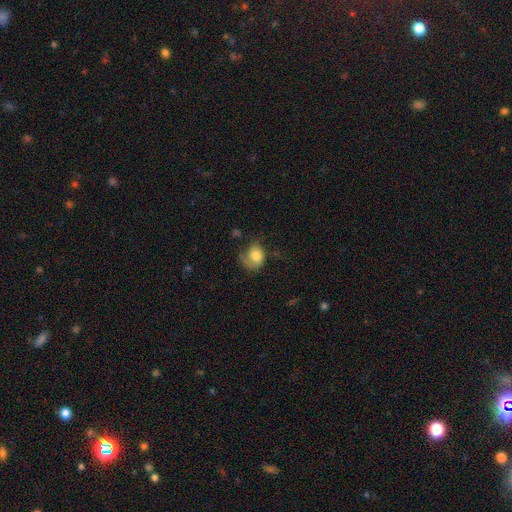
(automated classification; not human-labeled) smooth-or-featured: smooth: 60% | featured or disk: 31% | star or artifact: 8%
  how-rounded: round: 50% | in between: 49% | cigar-shaped: 1%
  merging: none: 37% | major disturbance: 32% | minor disturbance: 28% | merger: 3%